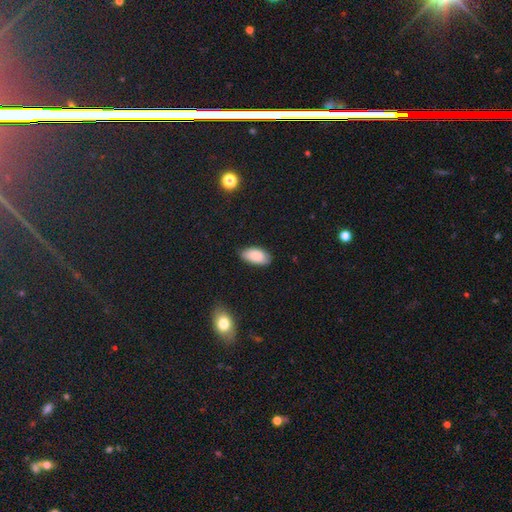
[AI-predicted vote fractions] Smooth or featured? Predicted: smooth (p=0.82). How rounded? Predicted: in between (p=0.94). Merging? Predicted: none (p=0.74).